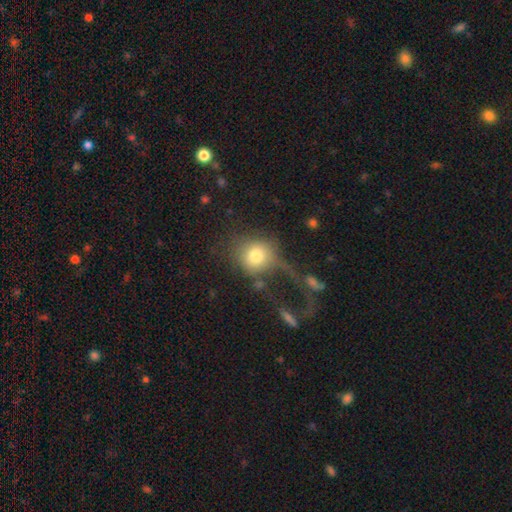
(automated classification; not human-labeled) Overall: smooth (74%). How rounded: round (84%). Merging: none (42%; major disturbance 29%).